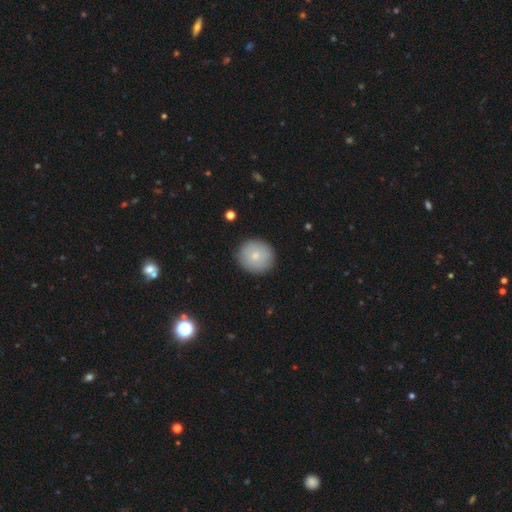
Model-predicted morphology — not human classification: Q: Smooth or featured?
A: smooth (76%); runner-up: featured or disk (16%)
Q: How rounded?
A: round (90%); runner-up: in between (9%)
Q: Merging?
A: none (88%); runner-up: minor disturbance (9%)